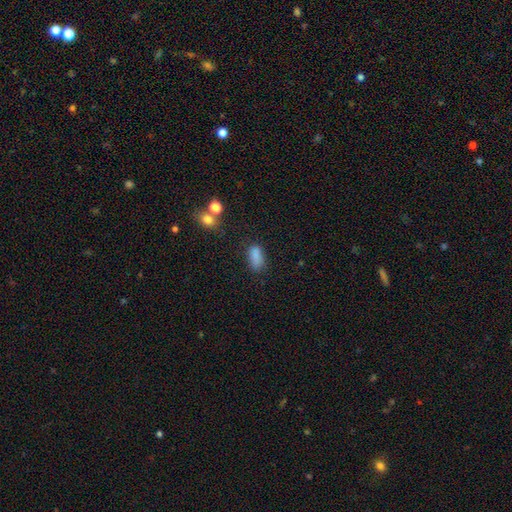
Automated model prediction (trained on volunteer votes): This appears to be a smooth galaxy with no disk features (83%) that is in between round and cigar-shaped (83%). Merging: none (66%).